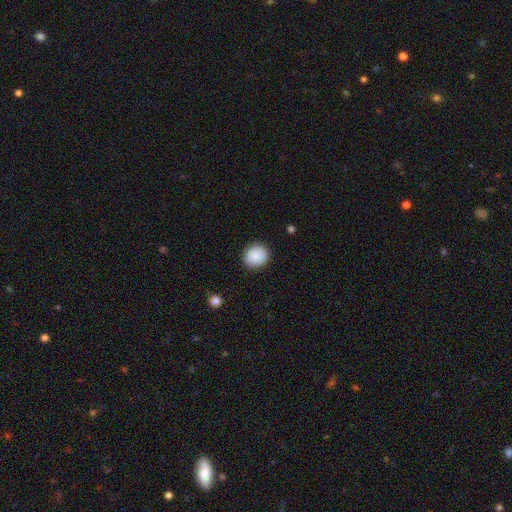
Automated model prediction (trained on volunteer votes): Overall: smooth (89%). How rounded: round (83%). Merging: none (90%).